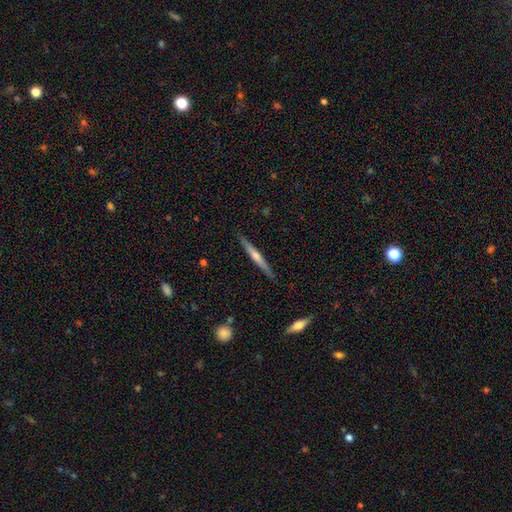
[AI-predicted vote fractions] The model was most divided on "smooth or featured": featured or disk: 65%, smooth: 28%, star or artifact: 6%. More confident: edge-on disk — yes (98%); merging — none (89%); edge-on bulge — rounded (71%).